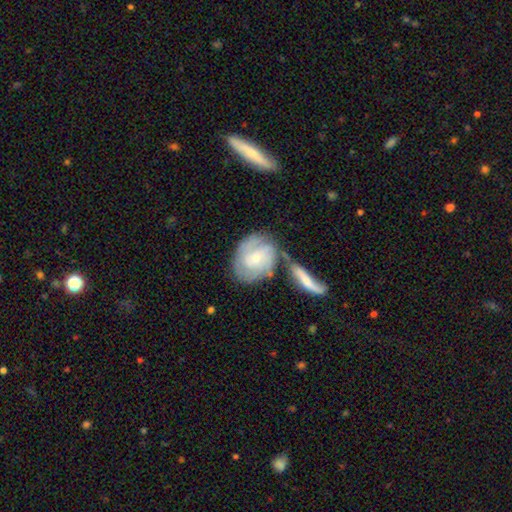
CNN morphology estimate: Smooth or featured: featured or disk — 72% (smooth — 20%)
Edge-on disk: no — 93% (yes — 7%)
Bar: no — 51% (weak — 38%)
Spiral arms: yes — 90% (no — 10%)
Spiral winding: tight — 60% (medium — 31%)
Spiral arm count: 2 — 38% (can't tell — 32%)
Bulge size: small — 51% (moderate — 42%)
Merging: none — 61% (minor disturbance — 17%)